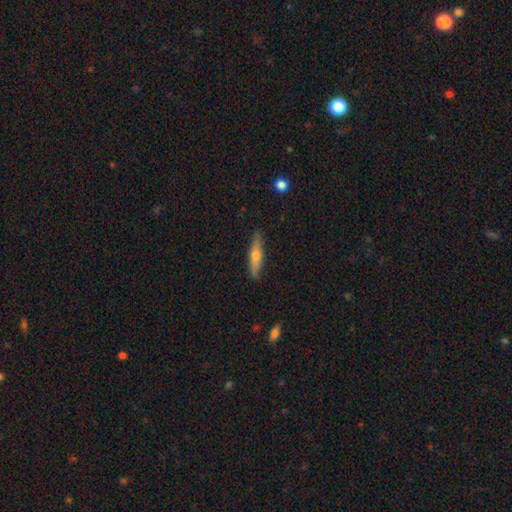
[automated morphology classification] Smooth or featured: smooth — 51% (featured or disk — 43%)
How rounded: cigar-shaped — 81% (in between — 17%)
Merging: none — 87% (minor disturbance — 9%)